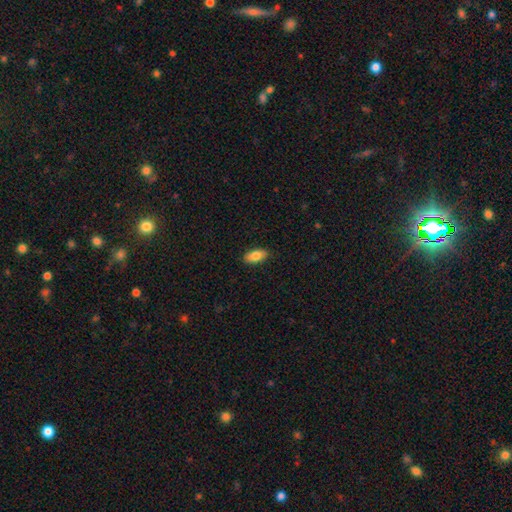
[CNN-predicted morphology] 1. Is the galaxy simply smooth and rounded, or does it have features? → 84% smooth, 10% featured or disk, 7% star or artifact.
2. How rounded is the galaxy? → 91% in between, 6% cigar-shaped, 3% round.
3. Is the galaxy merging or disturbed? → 88% none, 9% minor disturbance, 2% major disturbance, 1% merger.